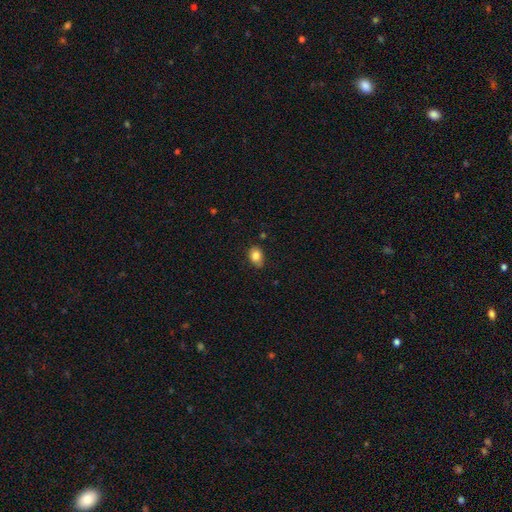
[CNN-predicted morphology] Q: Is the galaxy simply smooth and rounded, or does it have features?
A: smooth — 83%.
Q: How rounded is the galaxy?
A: in between — 69%.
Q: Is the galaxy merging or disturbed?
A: none — 73%.